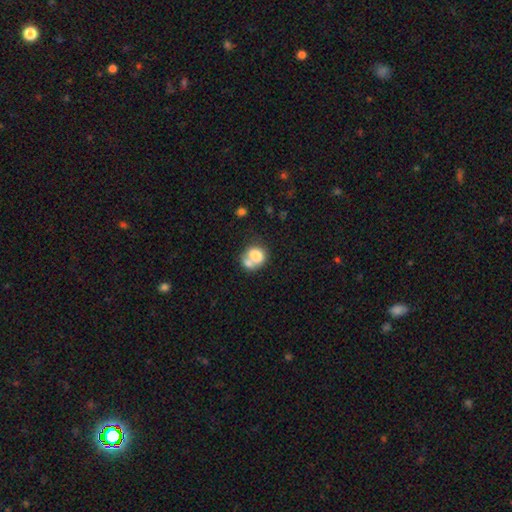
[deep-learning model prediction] Morphology: type=smooth (72%); roundness=round (57%); merging=merger (55%).